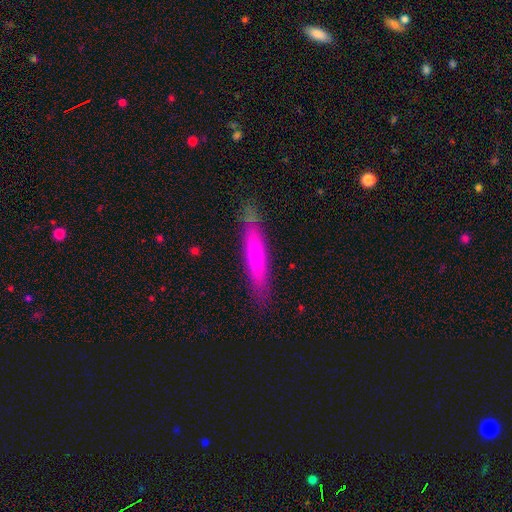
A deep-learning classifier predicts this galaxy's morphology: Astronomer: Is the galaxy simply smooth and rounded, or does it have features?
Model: smooth — 64%.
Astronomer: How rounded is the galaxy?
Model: cigar-shaped — 93%.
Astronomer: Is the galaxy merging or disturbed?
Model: none — 84%.